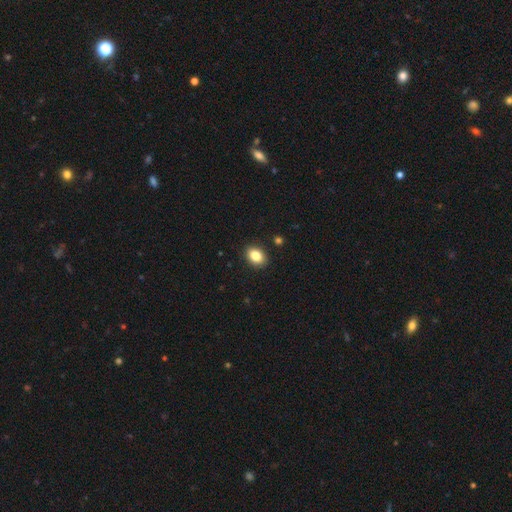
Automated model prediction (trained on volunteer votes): Smooth or featured: smooth — 85% (star or artifact — 9%)
How rounded: in between — 77% (round — 22%)
Merging: none — 90% (minor disturbance — 7%)